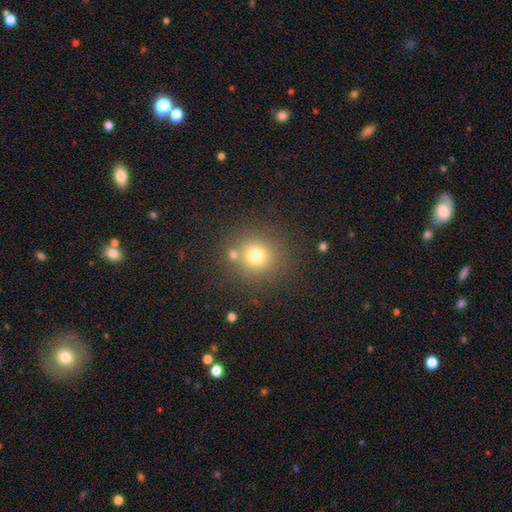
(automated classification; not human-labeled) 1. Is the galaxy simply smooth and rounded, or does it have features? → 73% smooth, 17% star or artifact, 10% featured or disk.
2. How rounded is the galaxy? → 92% round, 7% in between, 1% cigar-shaped.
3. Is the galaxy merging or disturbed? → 78% none, 11% merger, 8% minor disturbance, 3% major disturbance.